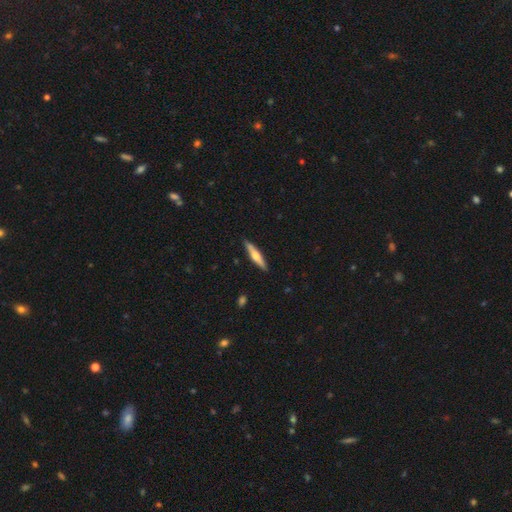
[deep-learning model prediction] Smooth or featured?
  - featured or disk: 52% *
  - smooth: 43%
  - star or artifact: 5%
Edge-on disk?
  - yes: 96% *
  - no: 4%
Merging?
  - none: 90% *
  - minor disturbance: 8%
  - major disturbance: 1%
  - merger: 1%